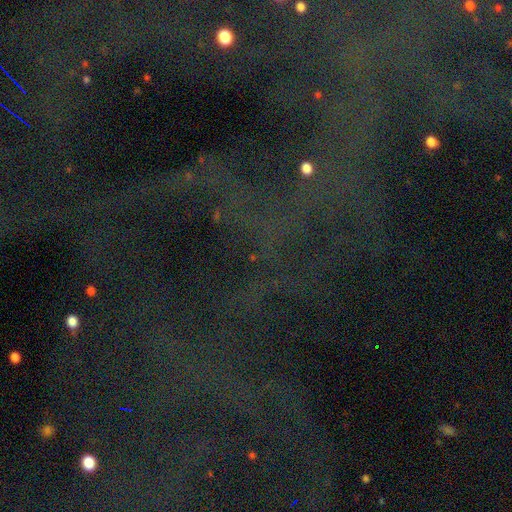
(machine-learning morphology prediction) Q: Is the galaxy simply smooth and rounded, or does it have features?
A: star or artifact — 79%.